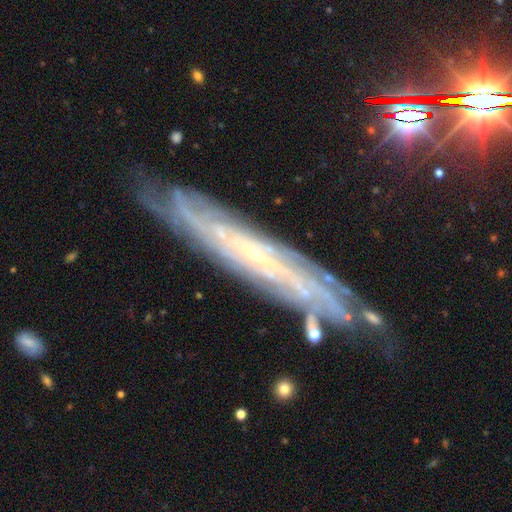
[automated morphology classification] A featured or disk galaxy (84%). Merging: none (78%).